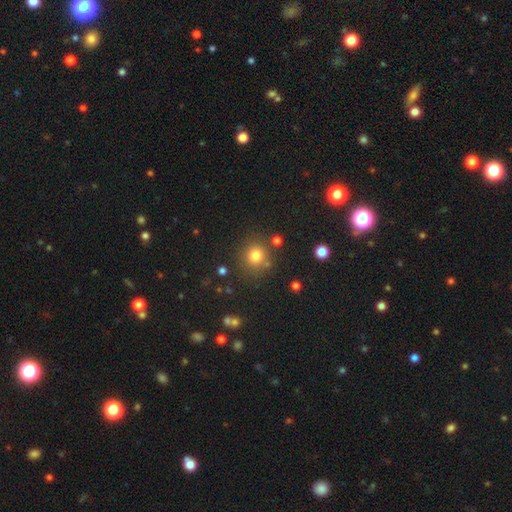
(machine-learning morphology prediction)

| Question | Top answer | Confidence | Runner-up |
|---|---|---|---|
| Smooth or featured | smooth | 79% | star or artifact (15%) |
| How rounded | round | 91% | in between (8%) |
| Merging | none | 80% | minor disturbance (9%) |